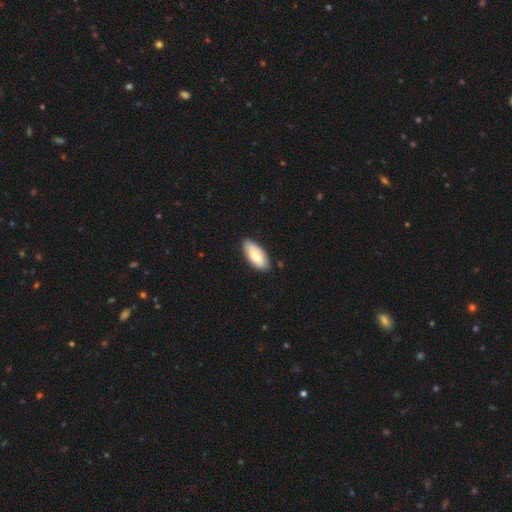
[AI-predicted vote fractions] A smooth galaxy with no disk features (79%) that is in between round and cigar-shaped (88%).

Vote fractions:
- Smooth or featured? smooth: 79% / featured or disk: 15% / star or artifact: 5%
- How rounded? in between: 88% / cigar-shaped: 11% / round: 2%
- Merging? none: 84% / minor disturbance: 12% / major disturbance: 2% / merger: 1%